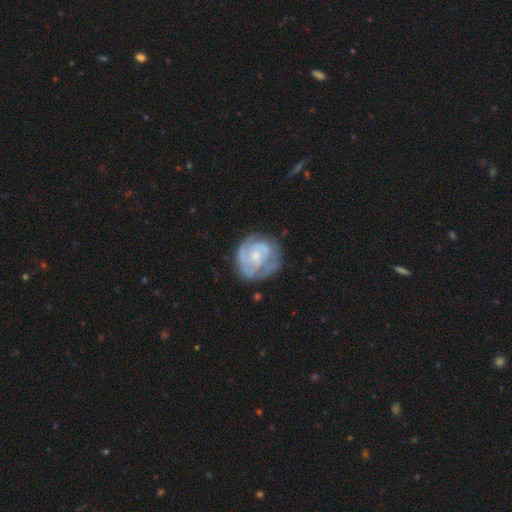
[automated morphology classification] The model was most divided on "spiral arm count": 2: 34%, 3: 29%, can't tell: 23%, 4: 6%, 1: 5%, more than 4: 4%. More confident: edge-on disk — no (98%); spiral arms — yes (94%); smooth or featured — featured or disk (81%); merging — none (69%); bar — no (68%); bulge size — small (66%); spiral winding — tight (59%).